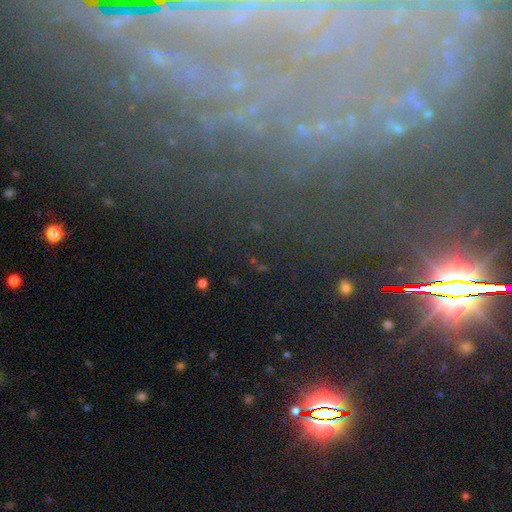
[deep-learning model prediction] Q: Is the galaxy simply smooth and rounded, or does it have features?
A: featured or disk — 43%.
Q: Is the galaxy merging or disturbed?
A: none — 77%.